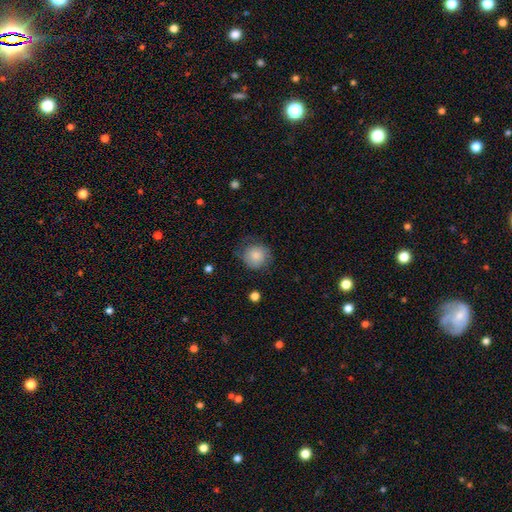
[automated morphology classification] Smooth or featured: smooth — 78% (featured or disk — 14%)
How rounded: round — 87% (in between — 12%)
Merging: none — 65% (minor disturbance — 24%)